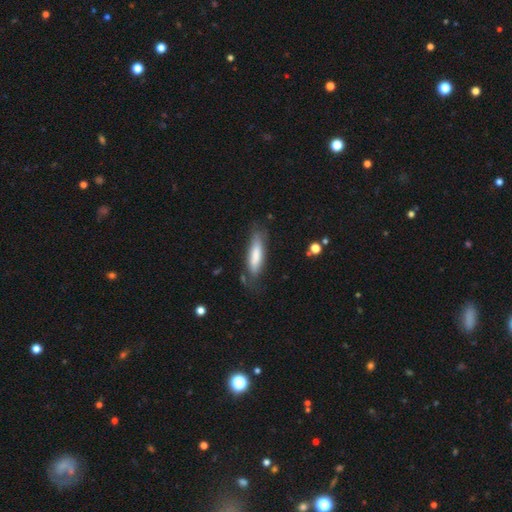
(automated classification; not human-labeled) This appears to be a smooth galaxy with no disk features (73%) that is cigar-shaped (67%). Merging: none (69%).